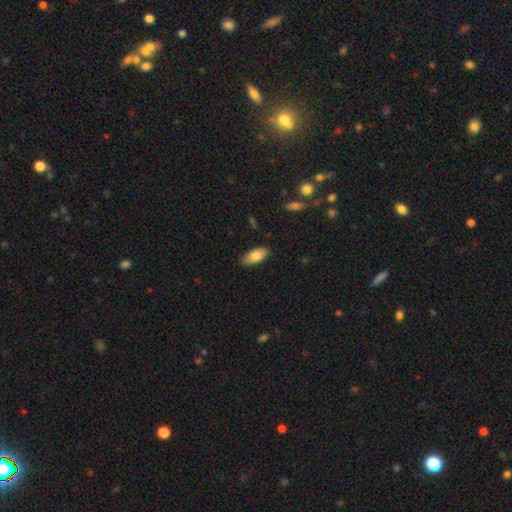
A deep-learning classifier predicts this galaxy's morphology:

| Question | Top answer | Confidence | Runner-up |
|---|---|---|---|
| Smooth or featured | smooth | 83% | featured or disk (11%) |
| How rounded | in between | 89% | cigar-shaped (9%) |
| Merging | none | 84% | minor disturbance (13%) |